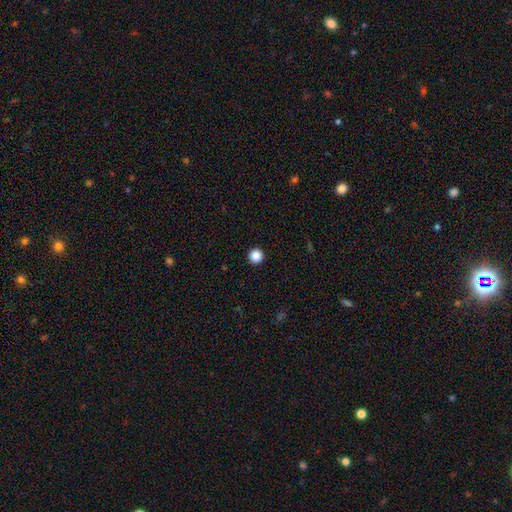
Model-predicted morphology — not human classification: A smooth galaxy with no disk features (87%) that is round (96%). Merging: none (94%).